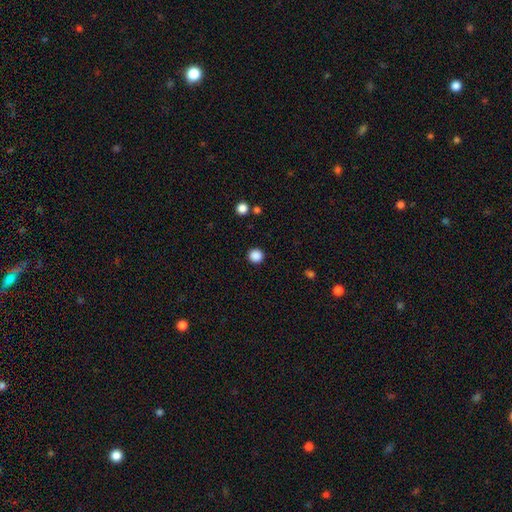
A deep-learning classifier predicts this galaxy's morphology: smooth_or_featured: smooth (p=0.87) [alt: star or artifact p=0.11]
how_rounded: round (p=0.95) [alt: in between p=0.04]
merging: none (p=0.92) [alt: minor disturbance p=0.04]